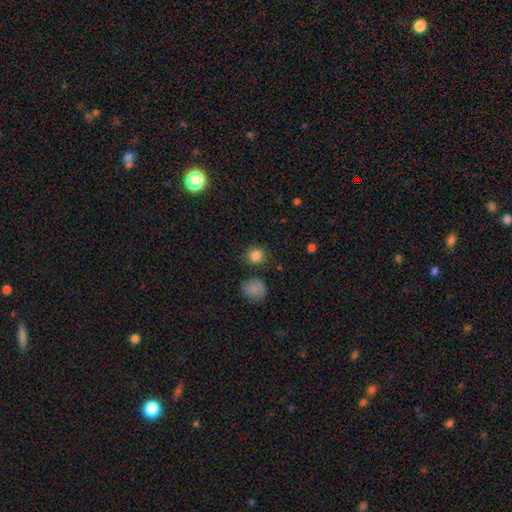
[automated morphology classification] Smooth or featured? smooth (85%)
How rounded? round (89%)
Merging? none (85%)